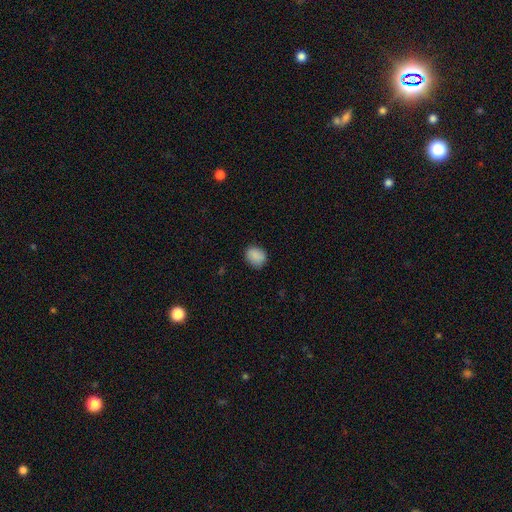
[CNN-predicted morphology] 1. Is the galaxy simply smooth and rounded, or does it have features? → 88% smooth, 8% star or artifact, 4% featured or disk.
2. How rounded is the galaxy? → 55% round, 44% in between, 1% cigar-shaped.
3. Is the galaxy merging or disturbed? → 83% none, 13% minor disturbance, 3% major disturbance, 1% merger.